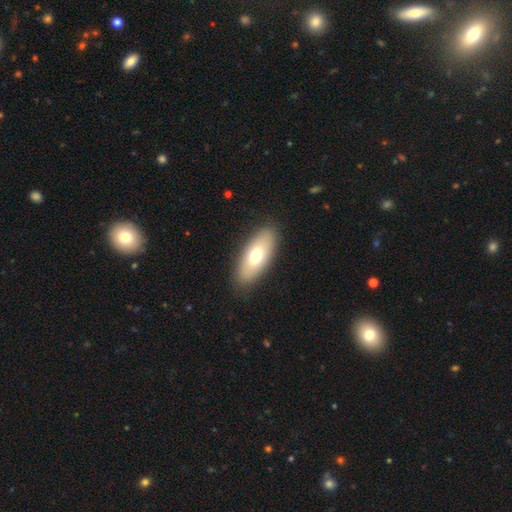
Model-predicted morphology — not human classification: A smooth galaxy with no disk features (69%) that is in between round and cigar-shaped (83%). Merging: none (87%).